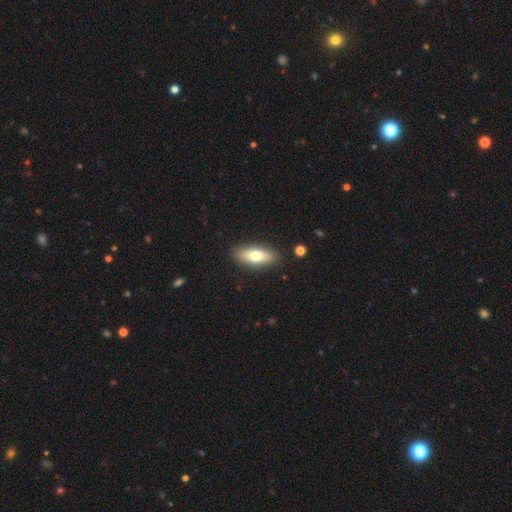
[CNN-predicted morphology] type=smooth (64%); roundness=in between (67%); merging=none (88%).